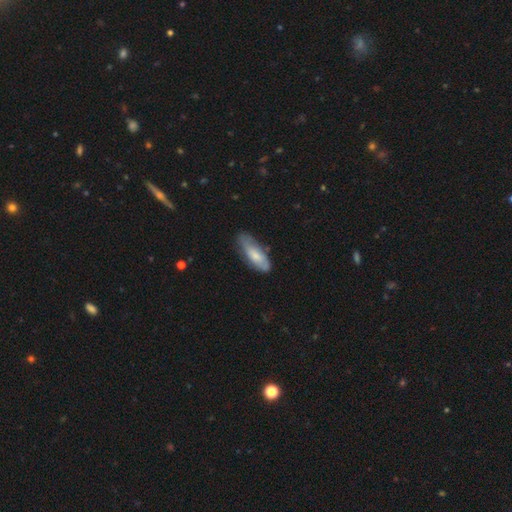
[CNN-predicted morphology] This appears to be a smooth galaxy with no disk features (68%) that is in between round and cigar-shaped (65%). Merging: none (62%).